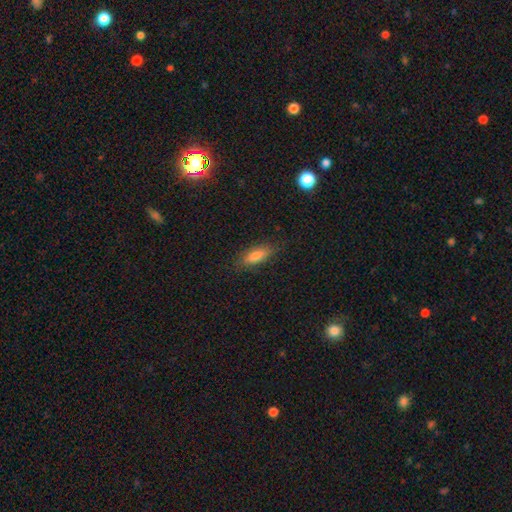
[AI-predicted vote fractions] smooth_or_featured: smooth (p=0.77) [alt: featured or disk p=0.14]
how_rounded: in between (p=0.57) [alt: cigar-shaped p=0.40]
merging: none (p=0.84) [alt: minor disturbance p=0.12]